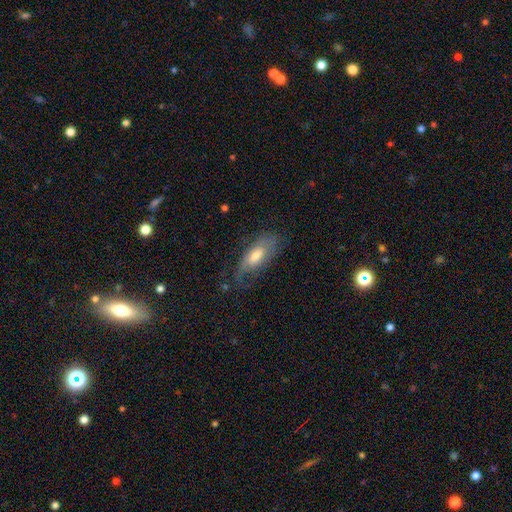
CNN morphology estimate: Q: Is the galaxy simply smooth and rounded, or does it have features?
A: featured or disk — 48%.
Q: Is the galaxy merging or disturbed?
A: none — 58%.